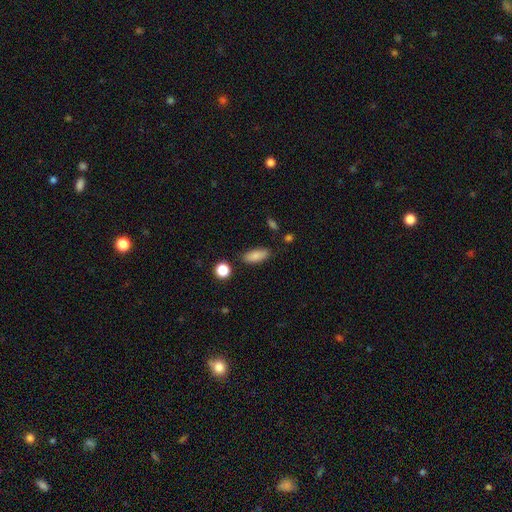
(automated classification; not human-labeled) The model was most divided on "how rounded": in between: 79%, cigar-shaped: 18%, round: 3%. More confident: smooth or featured — smooth (86%); merging — none (83%).